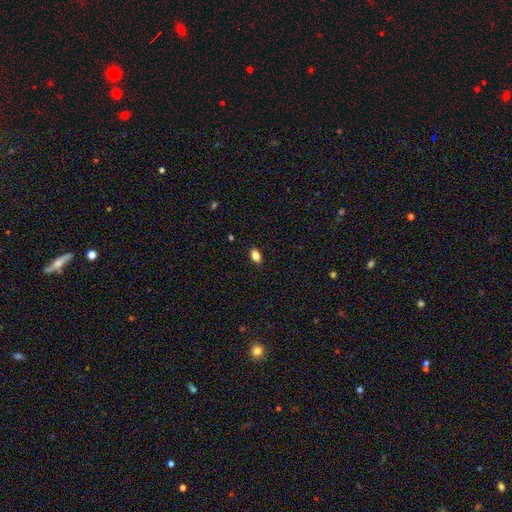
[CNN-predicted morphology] The model was most divided on "smooth or featured": smooth: 85%, star or artifact: 10%, featured or disk: 5%. More confident: how rounded — in between (88%); merging — none (88%).